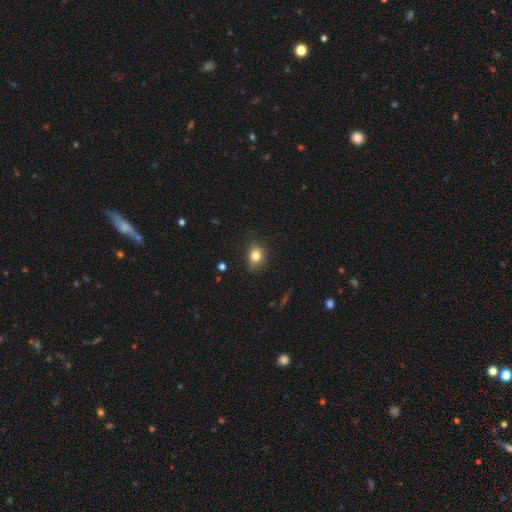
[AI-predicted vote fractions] smooth 82%, star or artifact 10%, featured or disk 8%. Down the decision tree: how rounded — in between (62%); merging — none (81%).